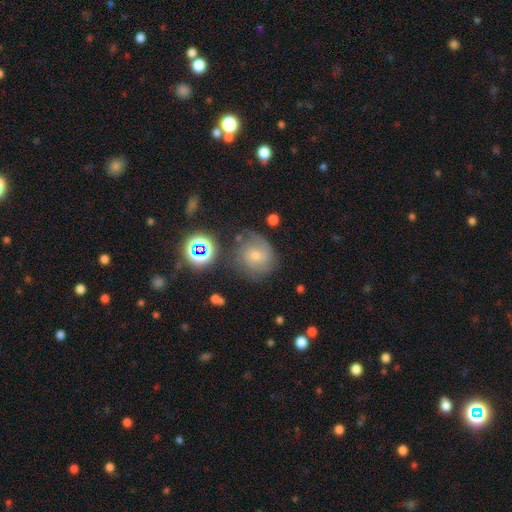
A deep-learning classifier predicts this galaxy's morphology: This is possibly a smooth galaxy (45%). Merging: possibly none (58%).